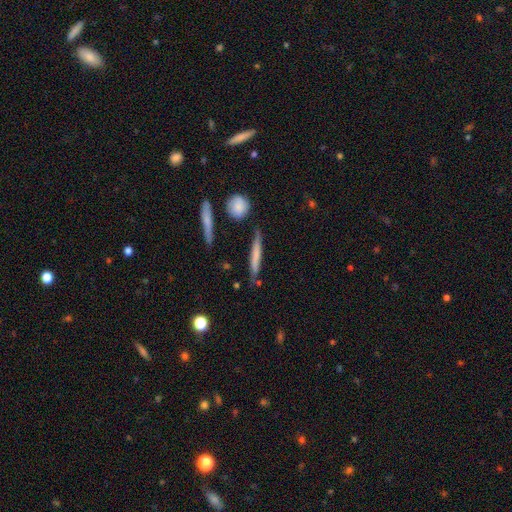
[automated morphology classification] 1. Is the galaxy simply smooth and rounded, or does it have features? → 57% smooth, 36% featured or disk, 6% star or artifact.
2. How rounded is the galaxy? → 93% cigar-shaped, 5% in between, 2% round.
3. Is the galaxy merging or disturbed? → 80% none, 13% minor disturbance, 4% merger, 3% major disturbance.